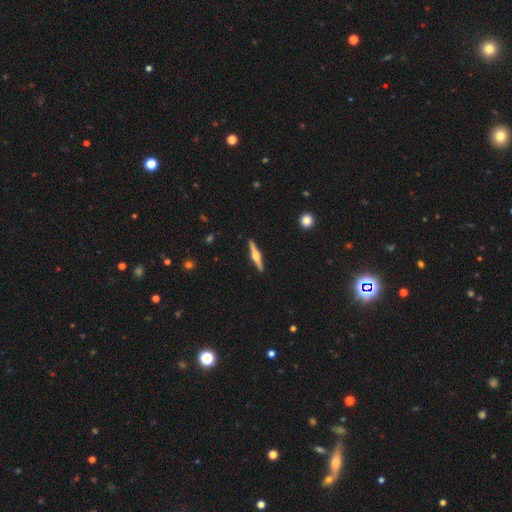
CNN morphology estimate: Overall: featured or disk (76%). Edge-on disk: yes (98%). Edge-on bulge: rounded (92%). Merging: none (92%).